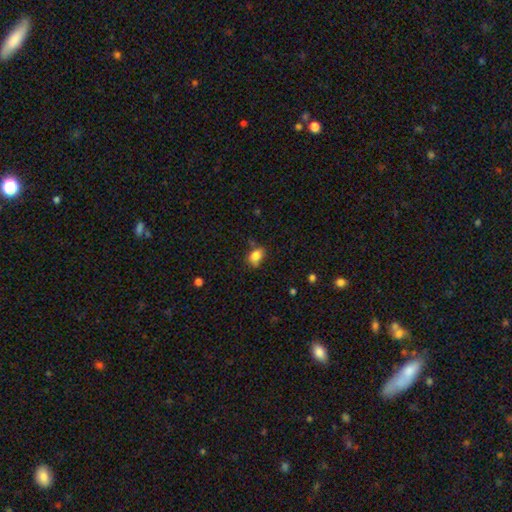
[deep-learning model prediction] Overall: smooth (82%). How rounded: in between (69%; round 30%). Merging: none (62%; minor disturbance 27%).